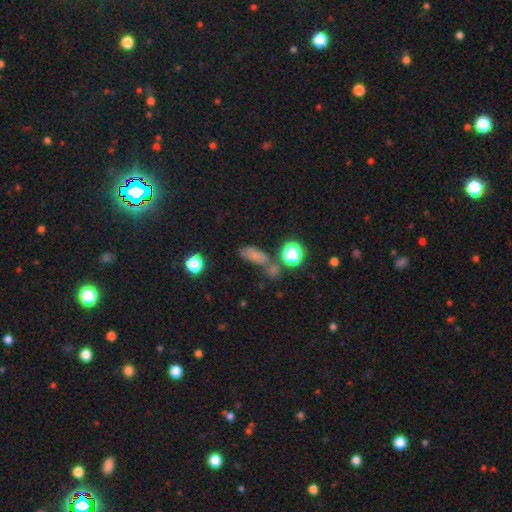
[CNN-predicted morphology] Smooth or featured?
  - smooth: 66% *
  - star or artifact: 20%
  - featured or disk: 13%
How rounded?
  - in between: 67% *
  - cigar-shaped: 18%
  - round: 15%
Merging?
  - none: 47% *
  - merger: 24%
  - minor disturbance: 18%
  - major disturbance: 10%